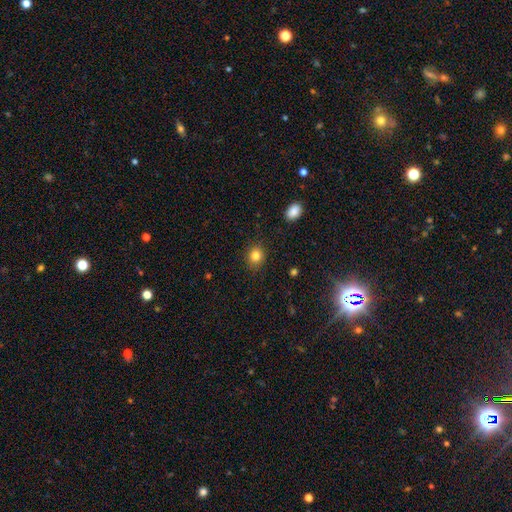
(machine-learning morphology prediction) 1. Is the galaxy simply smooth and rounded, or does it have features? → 83% smooth, 11% star or artifact, 6% featured or disk.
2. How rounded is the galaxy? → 76% round, 23% in between, 1% cigar-shaped.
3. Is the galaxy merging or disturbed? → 88% none, 9% minor disturbance, 2% major disturbance, 1% merger.